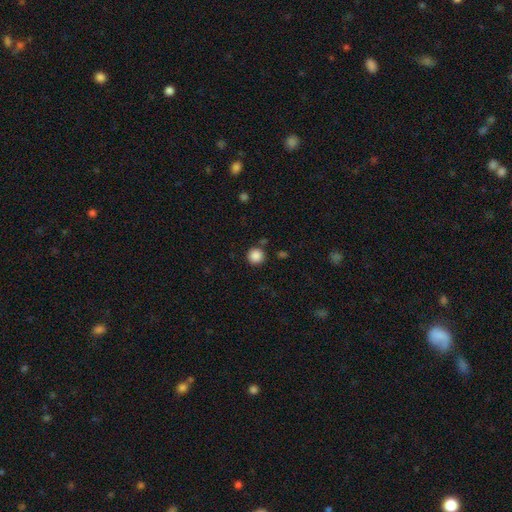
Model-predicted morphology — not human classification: This appears to be a smooth galaxy with no disk features (87%) that is round (95%). Merging: none (87%).